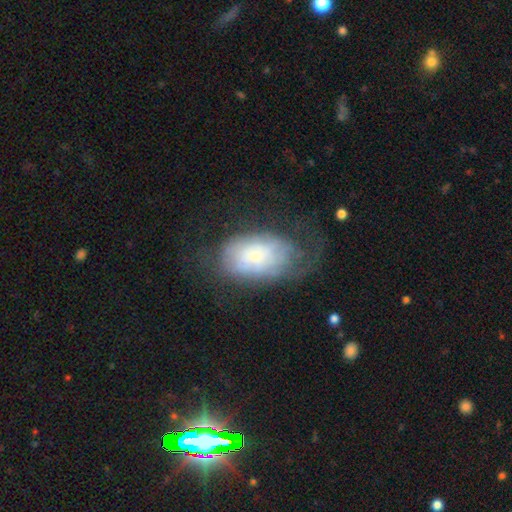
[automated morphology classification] This appears to be a featured or disk galaxy (47%). Merging: none (45%).